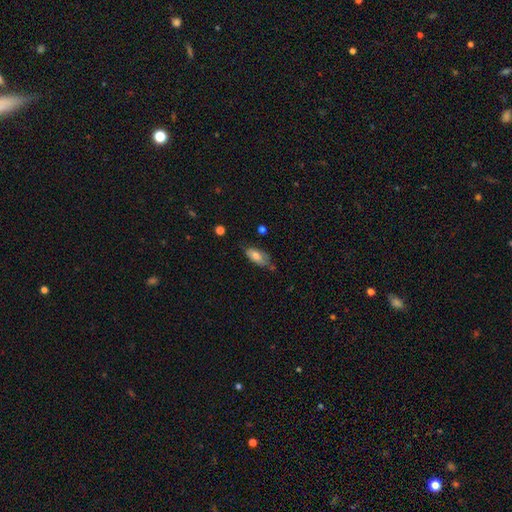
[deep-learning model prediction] This is likely a smooth galaxy (70%). How rounded: clearly in between (85%). Merging: possibly none (53%).